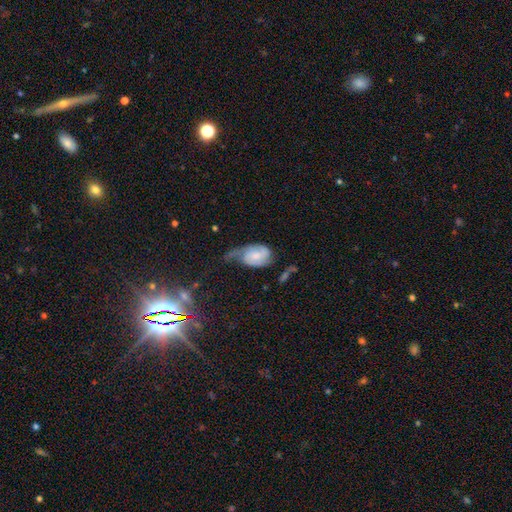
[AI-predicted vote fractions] A featured or disk galaxy (59%) with no bar (57%), 2 (66%) medium (39%) spiral arms (89%) and a small central bulge (35%).

Vote fractions:
- Smooth or featured? featured or disk: 59% / smooth: 34% / star or artifact: 7%
- Edge-on disk? no: 96% / yes: 4%
- Bar? no: 57% / weak: 35% / strong: 8%
- Spiral arms? yes: 89% / no: 11%
- Spiral winding? medium: 39% / loose: 31% / tight: 29%
- Spiral arm count? 2: 66% / 1: 17% / can't tell: 11% / 3: 3% / 4: 1% / more than 4: 1%
- Bulge size? small: 35% / moderate: 34% / none: 17% / large: 11% / dominant: 3%
- Merging? major disturbance: 37% / minor disturbance: 32% / none: 27% / merger: 4%